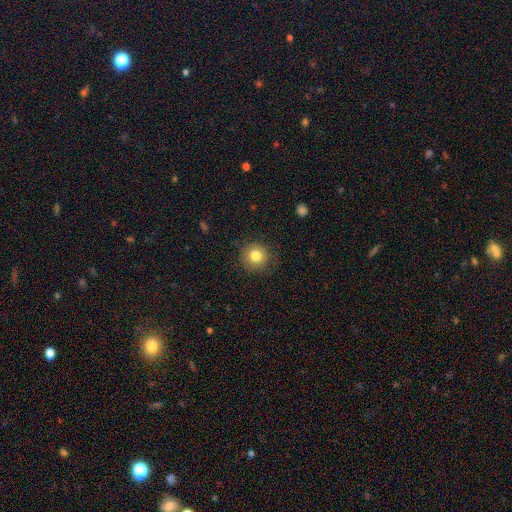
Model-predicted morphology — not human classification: Smooth or featured?
  - smooth: 82% *
  - star or artifact: 11%
  - featured or disk: 8%
How rounded?
  - round: 94% *
  - in between: 6%
  - cigar-shaped: 1%
Merging?
  - none: 87% *
  - minor disturbance: 9%
  - major disturbance: 3%
  - merger: 1%